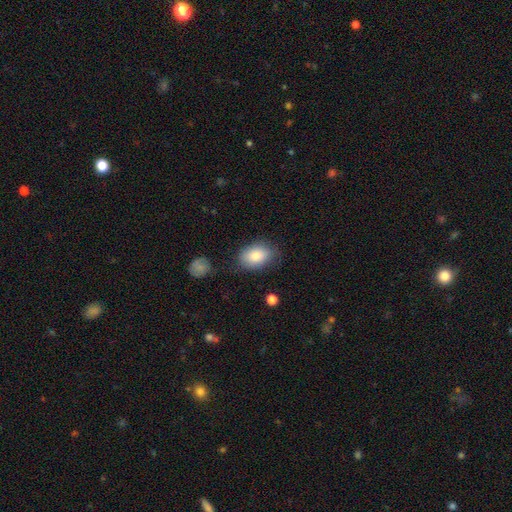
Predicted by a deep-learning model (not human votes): smooth-or-featured: smooth: 82% | featured or disk: 10% | star or artifact: 8%
  how-rounded: in between: 79% | round: 20% | cigar-shaped: 1%
  merging: none: 76% | minor disturbance: 17% | major disturbance: 4% | merger: 3%